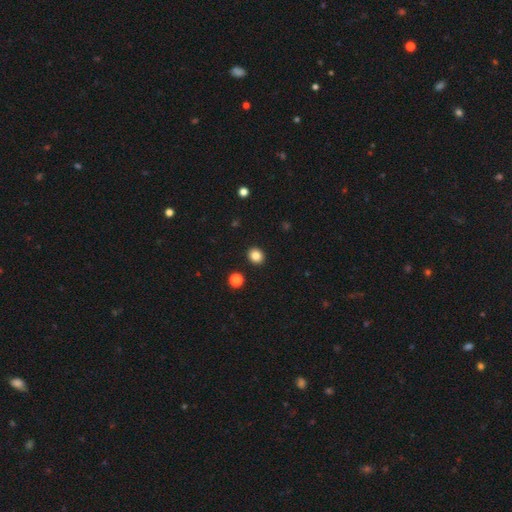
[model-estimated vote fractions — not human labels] A smooth galaxy with no disk features (85%) that is round (73%). Merging: none (91%).